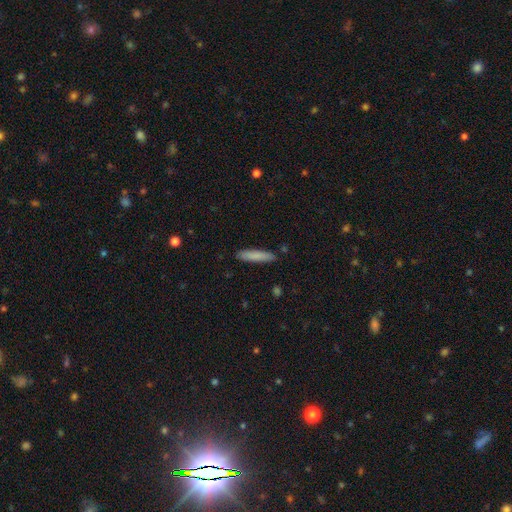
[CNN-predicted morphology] Smooth or featured? smooth (83%)
How rounded? cigar-shaped (87%)
Merging? none (87%)